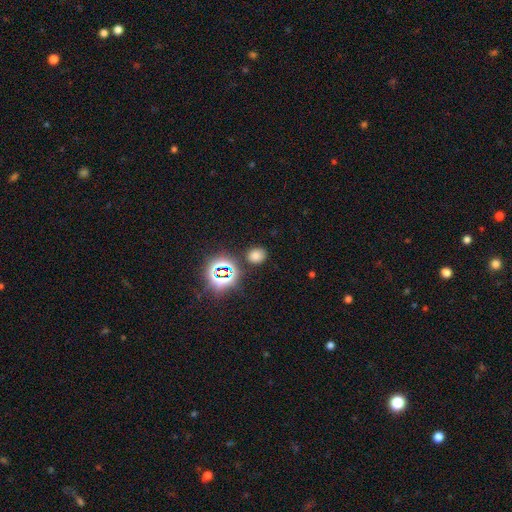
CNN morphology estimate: smooth-or-featured: smooth: 67% | star or artifact: 26% | featured or disk: 6%
  how-rounded: round: 61% | in between: 38% | cigar-shaped: 1%
  merging: none: 84% | minor disturbance: 9% | merger: 4% | major disturbance: 3%